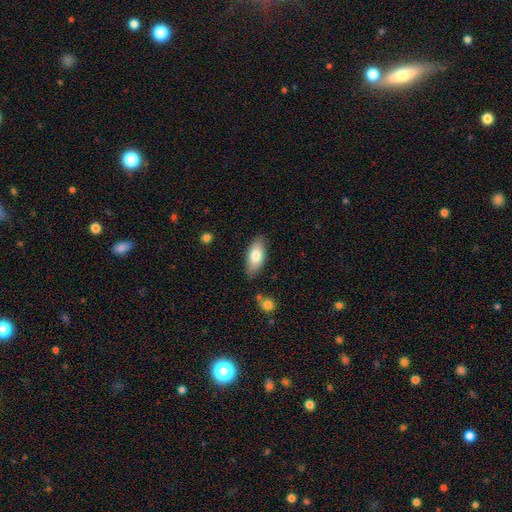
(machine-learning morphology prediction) Smooth or featured? smooth (78%)
How rounded? in between (89%)
Merging? none (80%)